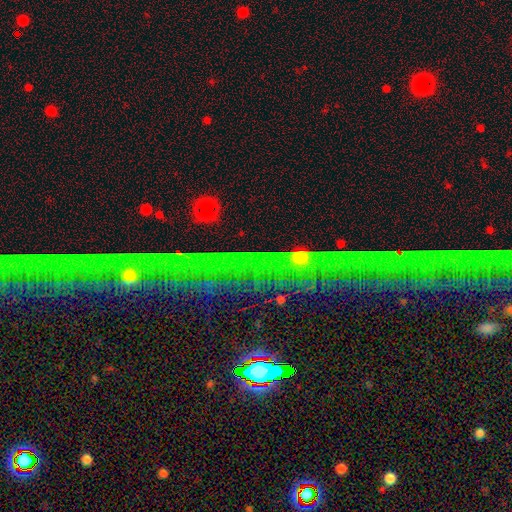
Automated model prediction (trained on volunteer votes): Q: Smooth or featured?
A: star or artifact (79%); runner-up: featured or disk (12%)